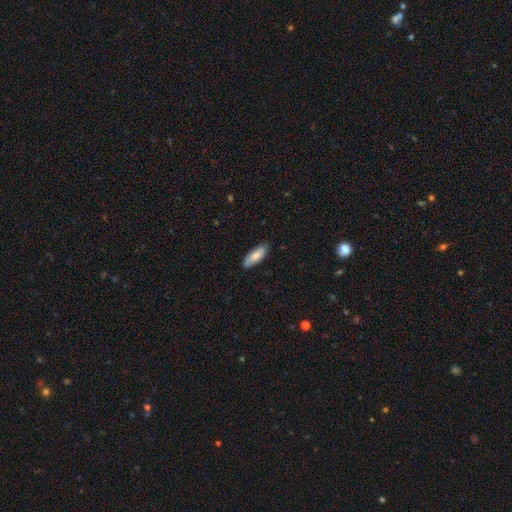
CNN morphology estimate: This appears to be a smooth galaxy with no disk features (77%) that is in between round and cigar-shaped (62%). Merging: none (83%).